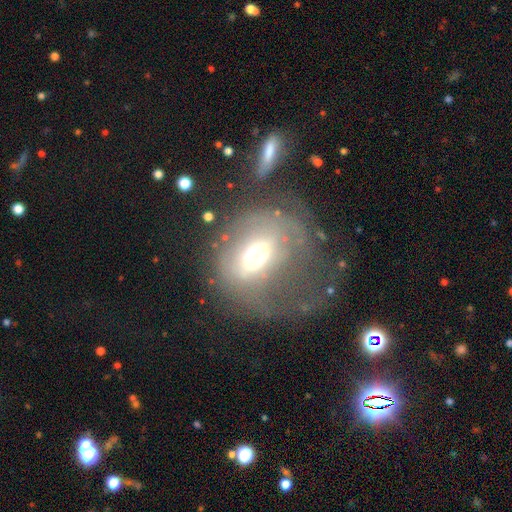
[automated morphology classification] A featured or disk galaxy (49%). Merging: major disturbance (43%).